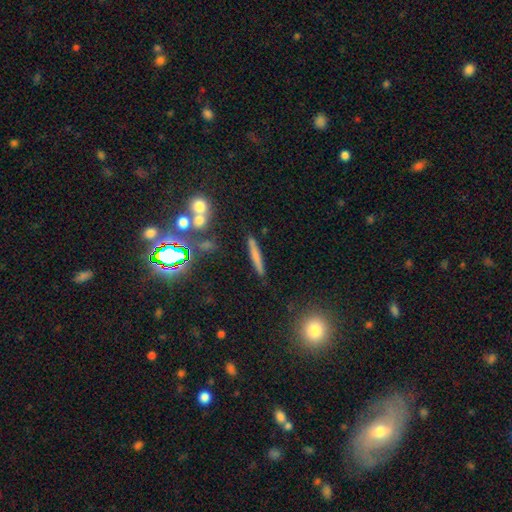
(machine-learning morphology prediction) Q: Smooth or featured?
A: smooth (61%); runner-up: featured or disk (27%)
Q: How rounded?
A: cigar-shaped (91%); runner-up: in between (5%)
Q: Merging?
A: none (83%); runner-up: minor disturbance (9%)